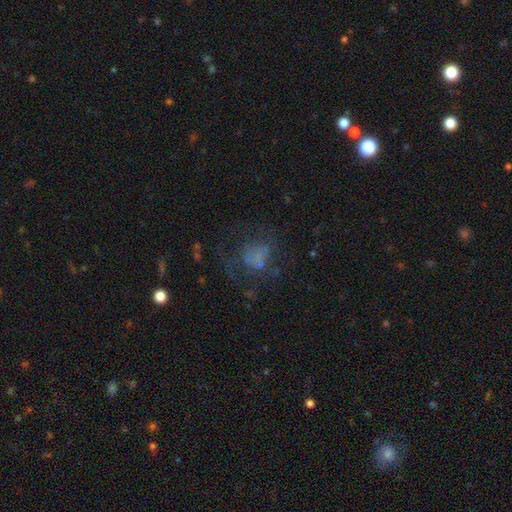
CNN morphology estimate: This appears to be a featured or disk galaxy (38%, tied with smooth). Merging: none (45%).